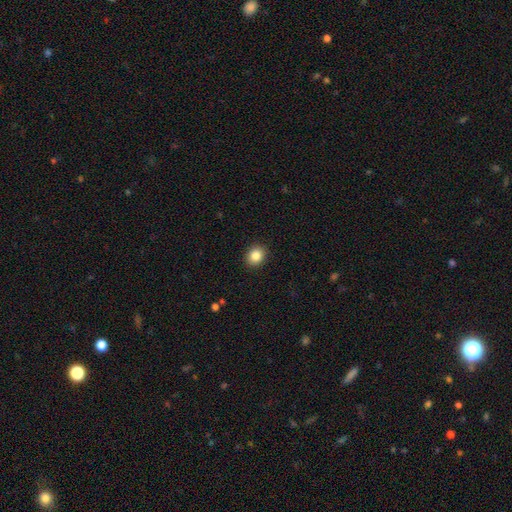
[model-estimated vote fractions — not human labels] smooth 86%, star or artifact 9%, featured or disk 5%. Down the decision tree: how rounded — round (67%); merging — none (91%).